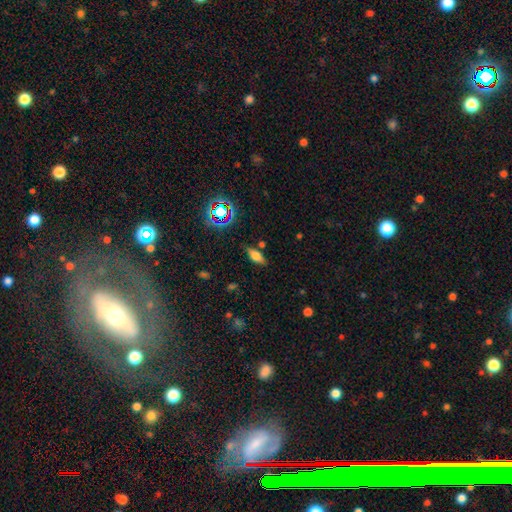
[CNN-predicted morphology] A smooth galaxy with no disk features (59%) that is in between round and cigar-shaped (71%).

Vote fractions:
- Smooth or featured? smooth: 59% / featured or disk: 27% / star or artifact: 15%
- How rounded? in between: 71% / cigar-shaped: 24% / round: 5%
- Merging? none: 79% / minor disturbance: 13% / merger: 4% / major disturbance: 4%